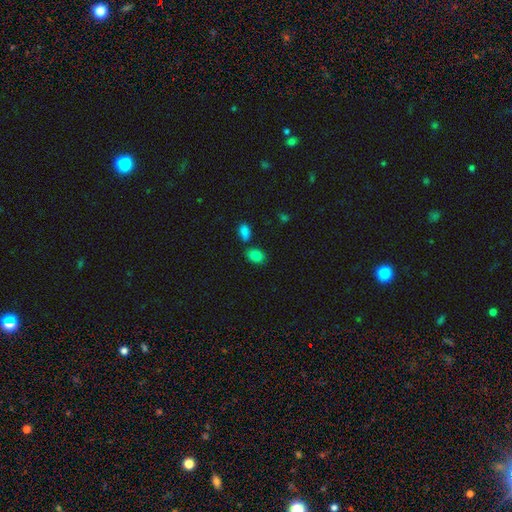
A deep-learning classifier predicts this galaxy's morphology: Smooth or featured: smooth — 84% (star or artifact — 11%)
How rounded: in between — 79% (round — 20%)
Merging: none — 68% (merger — 16%)